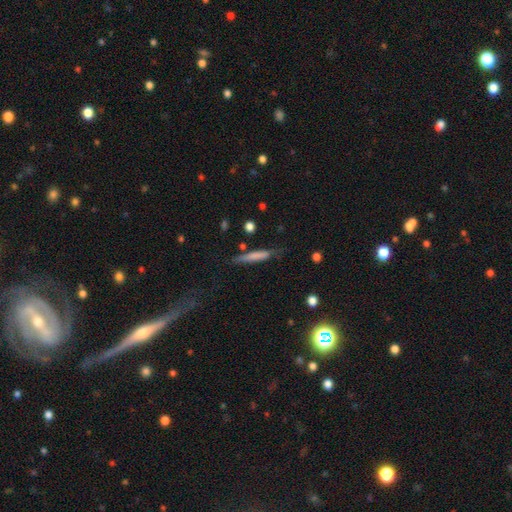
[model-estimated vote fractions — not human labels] Smooth or featured? smooth (64%)
How rounded? cigar-shaped (91%)
Merging? none (71%)